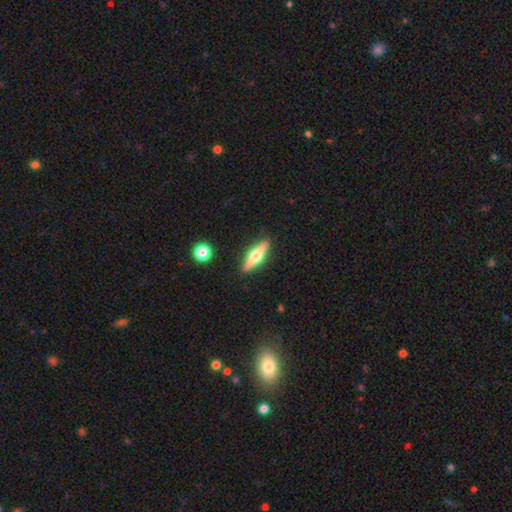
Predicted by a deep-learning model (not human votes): A featured or disk galaxy (55%) viewed edge-on (93%) with a rounded central bulge (95%). Merging: none (87%).